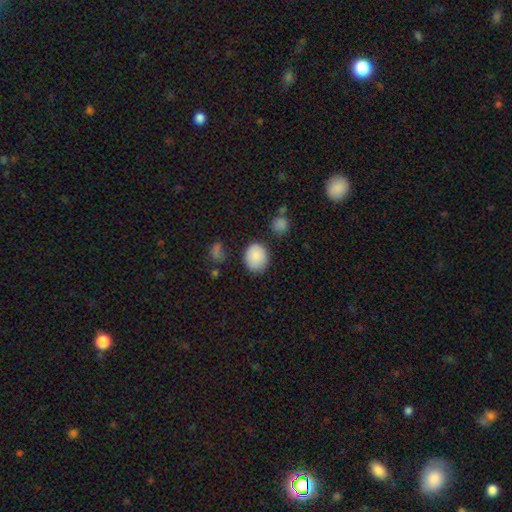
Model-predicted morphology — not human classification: smooth_or_featured: smooth (p=0.87) [alt: star or artifact p=0.08]
how_rounded: round (p=0.50) [alt: in between p=0.49]
merging: none (p=0.77) [alt: minor disturbance p=0.15]